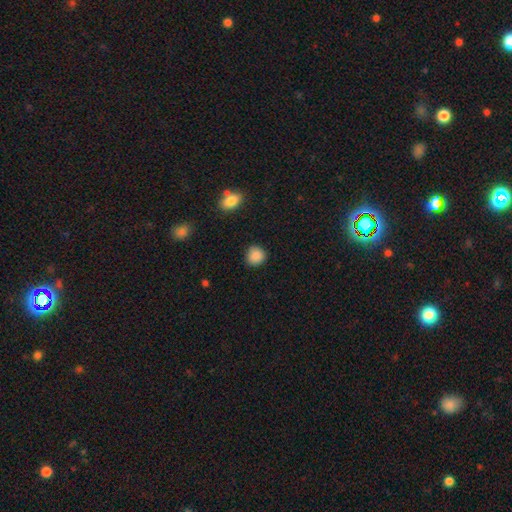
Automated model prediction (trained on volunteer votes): Q: Smooth or featured?
A: smooth (88%); runner-up: star or artifact (9%)
Q: How rounded?
A: round (87%); runner-up: in between (12%)
Q: Merging?
A: none (88%); runner-up: minor disturbance (8%)